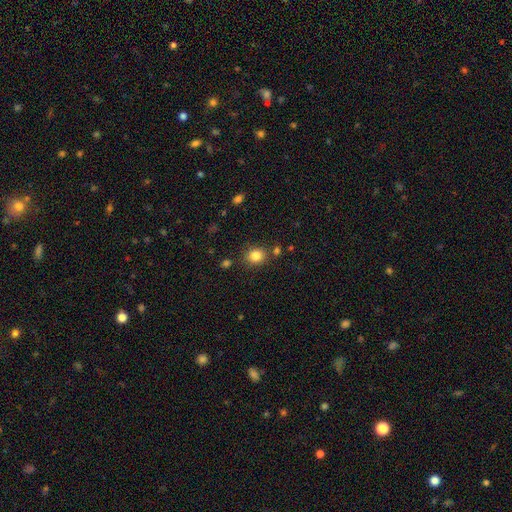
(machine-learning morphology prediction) Overall: smooth (83%). How rounded: round (73%). Merging: none (80%).